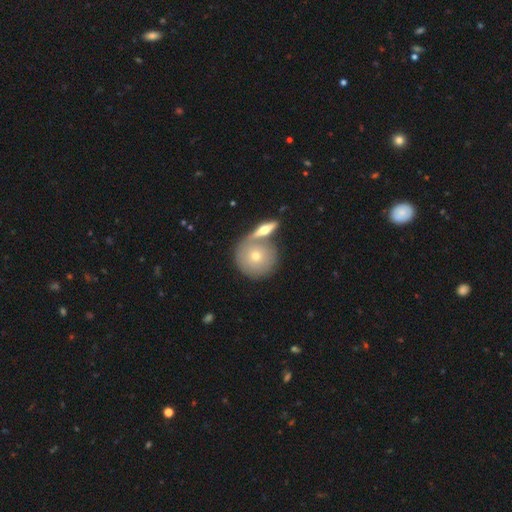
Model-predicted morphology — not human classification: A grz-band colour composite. It shows a smooth galaxy with no disk features (55%) that is round (88%). Merging: none (57%).